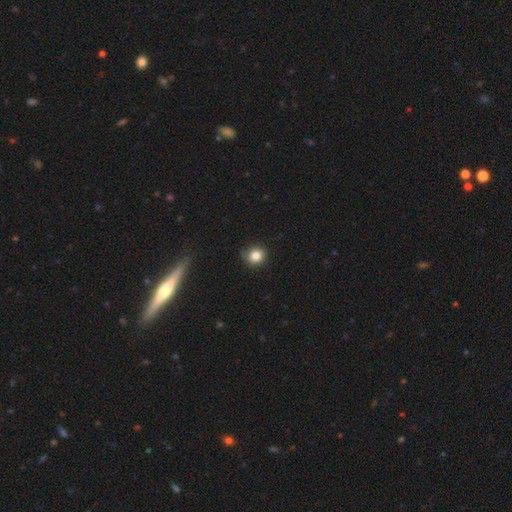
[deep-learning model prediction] Q: Smooth or featured?
A: smooth (84%); runner-up: star or artifact (11%)
Q: How rounded?
A: round (87%); runner-up: in between (12%)
Q: Merging?
A: none (80%); runner-up: minor disturbance (15%)